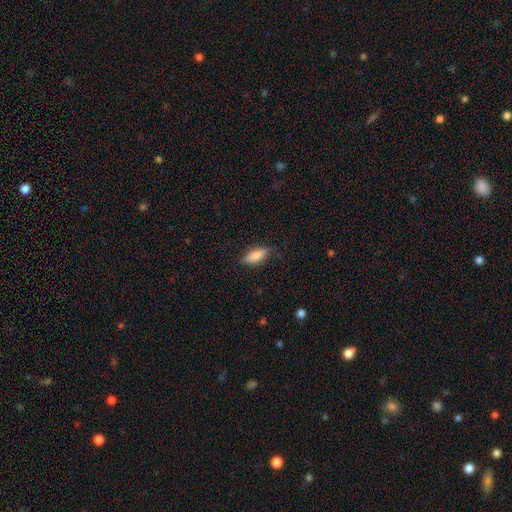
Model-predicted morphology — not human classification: smooth_or_featured: smooth (p=0.79) [alt: featured or disk p=0.14]
how_rounded: in between (p=0.67) [alt: cigar-shaped p=0.31]
merging: none (p=0.80) [alt: minor disturbance p=0.16]